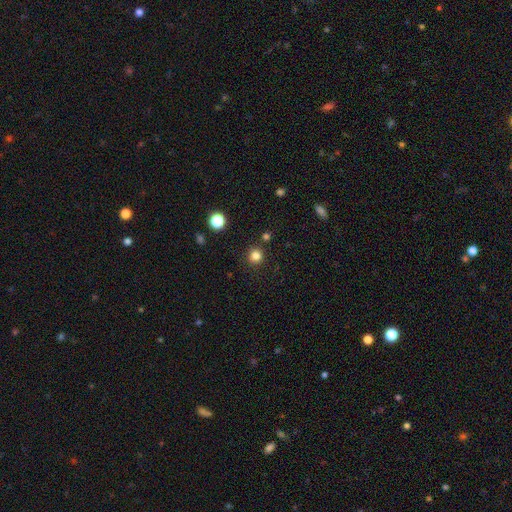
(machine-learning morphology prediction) smooth_or_featured: smooth (p=0.83) [alt: star or artifact p=0.13]
how_rounded: round (p=0.92) [alt: in between p=0.07]
merging: none (p=0.88) [alt: minor disturbance p=0.07]